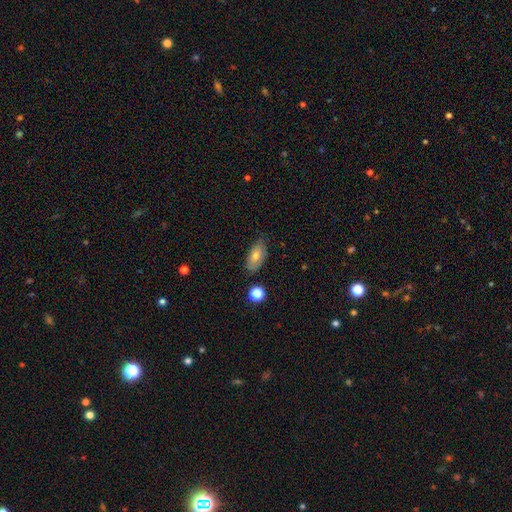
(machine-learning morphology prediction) This is likely a smooth galaxy (62%). How rounded: clearly in between (86%). Merging: likely none (76%).